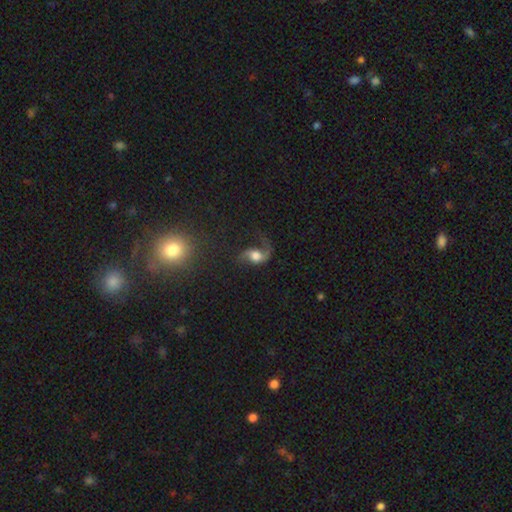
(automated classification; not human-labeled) Morphology: type=featured or disk (75%); edge-on=no (97%); bar=no (59%); spiral arms=yes (94%); winding=loose (75%); arm count=2 (79%); bulge=moderate (41%); merging=none (55%).